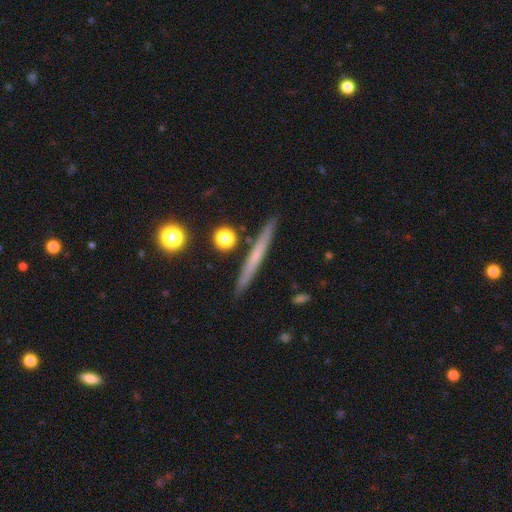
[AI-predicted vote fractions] This is possibly a smooth galaxy (47%). Merging: clearly none (90%).